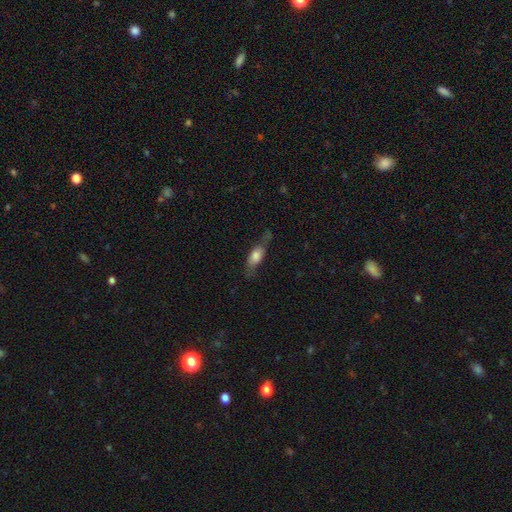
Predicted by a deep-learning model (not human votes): A smooth galaxy with no disk features (66%) that is in between round and cigar-shaped (64%). Merging: none (55%).